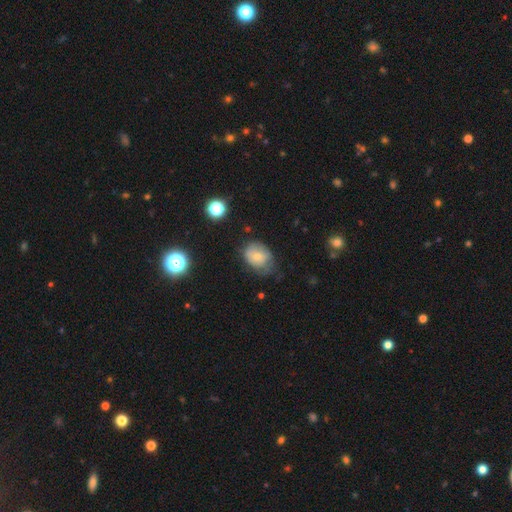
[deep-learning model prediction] Smooth or featured: smooth — 69% (featured or disk — 21%)
How rounded: in between — 58% (round — 41%)
Merging: none — 45% (minor disturbance — 36%)